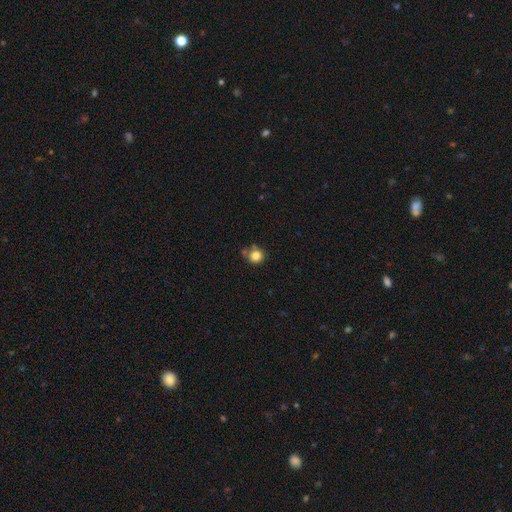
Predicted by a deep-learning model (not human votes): smooth 81%, star or artifact 11%, featured or disk 7%. Down the decision tree: how rounded — round (89%); merging — none (67%).